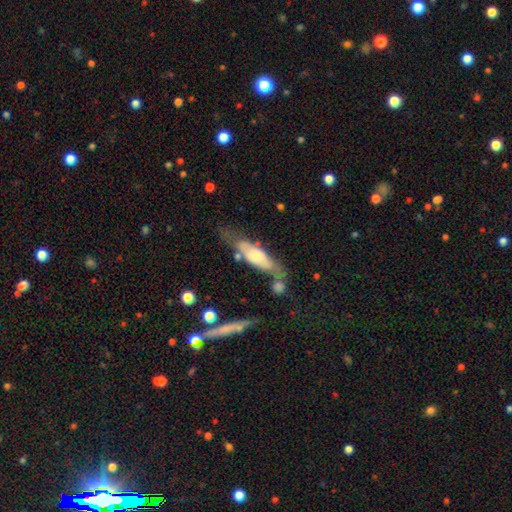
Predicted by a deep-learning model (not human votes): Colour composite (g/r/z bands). It shows a smooth galaxy with no disk features (50%). Merging: none (39%).